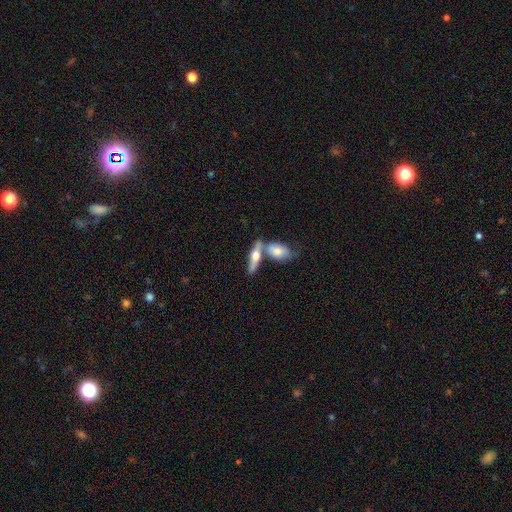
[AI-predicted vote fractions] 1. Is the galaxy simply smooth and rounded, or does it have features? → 49% smooth, 45% featured or disk, 6% star or artifact.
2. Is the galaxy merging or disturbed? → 43% merger (tied), 43% none (tied), 10% minor disturbance, 4% major disturbance.